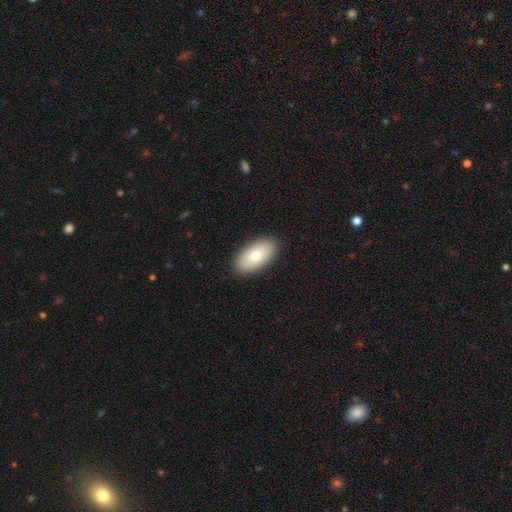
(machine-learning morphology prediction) smooth_or_featured: smooth (p=0.76) [alt: featured or disk p=0.17]
how_rounded: in between (p=0.94) [alt: cigar-shaped p=0.03]
merging: none (p=0.90) [alt: minor disturbance p=0.07]